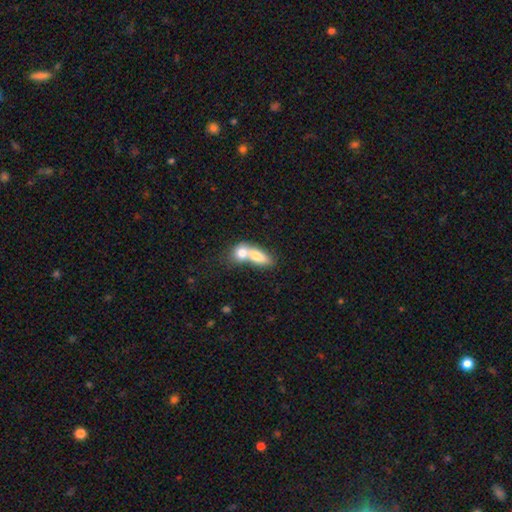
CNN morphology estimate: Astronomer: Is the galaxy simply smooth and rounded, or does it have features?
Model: smooth — 74%.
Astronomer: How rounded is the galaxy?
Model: in between — 71%.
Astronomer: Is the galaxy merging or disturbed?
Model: merger — 74%.